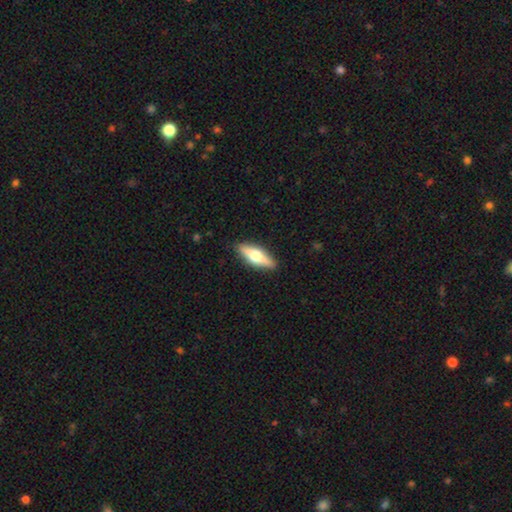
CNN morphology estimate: Q: Smooth or featured?
A: featured or disk (49%); runner-up: smooth (46%)
Q: Merging?
A: none (89%); runner-up: minor disturbance (8%)